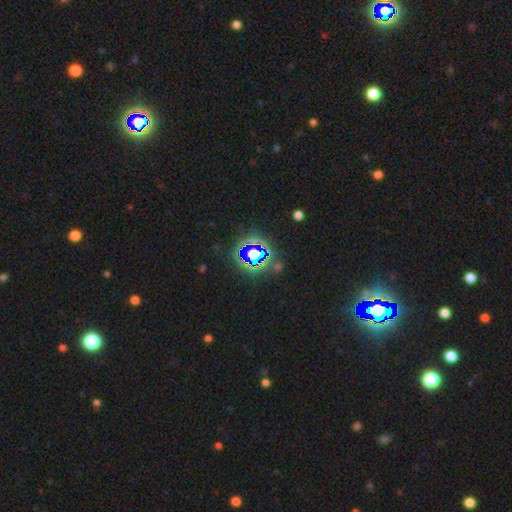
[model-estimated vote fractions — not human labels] Q: Smooth or featured?
A: star or artifact (80%); runner-up: smooth (13%)